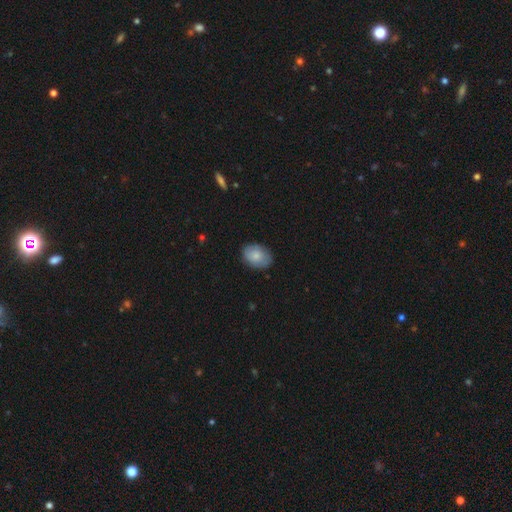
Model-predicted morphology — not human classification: A smooth galaxy with no disk features (76%) that is in between round and cigar-shaped (78%).

Vote fractions:
- Smooth or featured? smooth: 76% / featured or disk: 18% / star or artifact: 7%
- How rounded? in between: 78% / round: 21% / cigar-shaped: 1%
- Merging? none: 82% / minor disturbance: 14% / major disturbance: 3% / merger: 1%